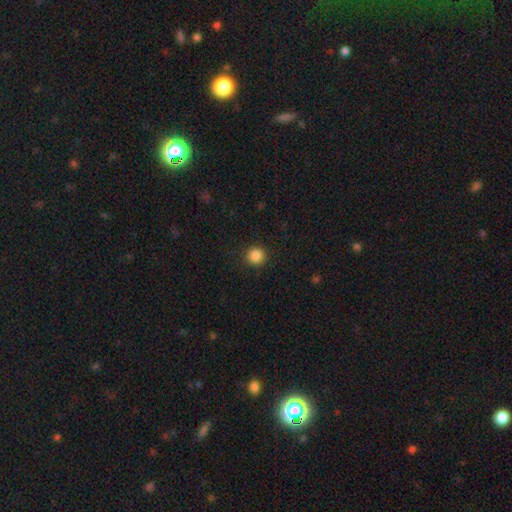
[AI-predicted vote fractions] Q: Smooth or featured?
A: smooth (87%); runner-up: star or artifact (10%)
Q: How rounded?
A: round (94%); runner-up: in between (5%)
Q: Merging?
A: none (92%); runner-up: minor disturbance (5%)